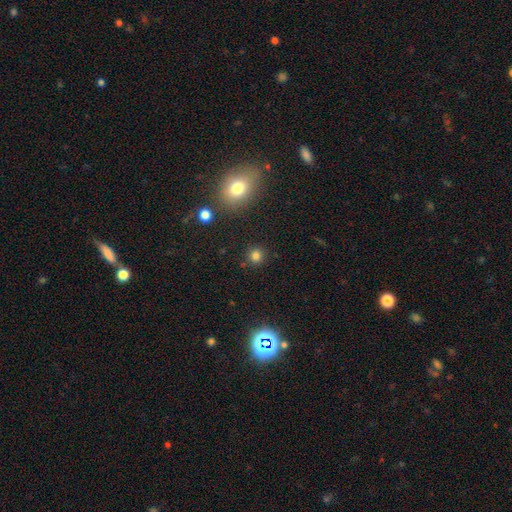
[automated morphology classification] Overall: smooth (80%). How rounded: round (92%). Merging: none (89%).